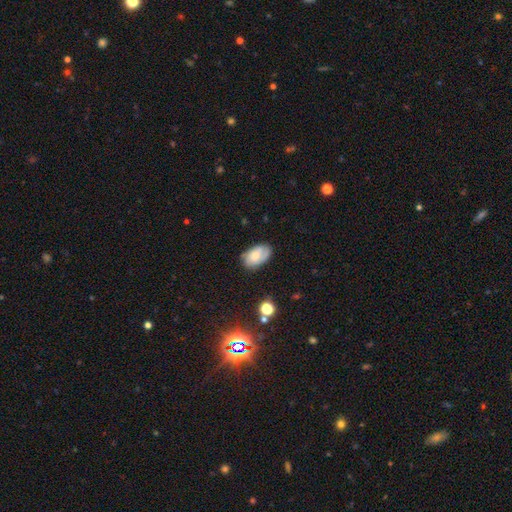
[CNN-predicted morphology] Q: Smooth or featured?
A: smooth (61%); runner-up: featured or disk (30%)
Q: How rounded?
A: in between (90%); runner-up: round (8%)
Q: Merging?
A: none (70%); runner-up: minor disturbance (23%)